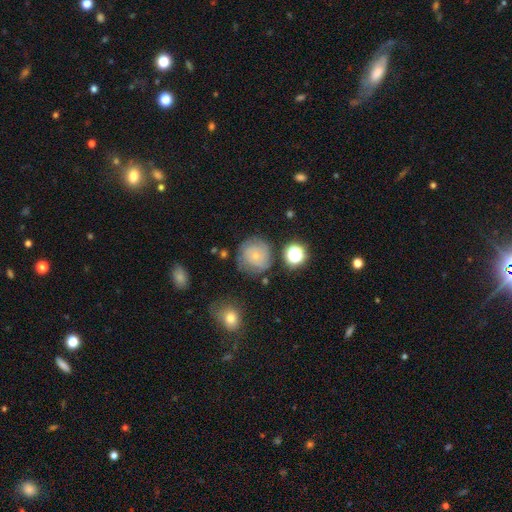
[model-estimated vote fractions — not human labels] A smooth galaxy with no disk features (50%) that is round (89%).

Vote fractions:
- Smooth or featured? smooth: 50% / featured or disk: 39% / star or artifact: 11%
- How rounded? round: 89% / in between: 10% / cigar-shaped: 1%
- Merging? none: 67% / minor disturbance: 20% / major disturbance: 9% / merger: 4%